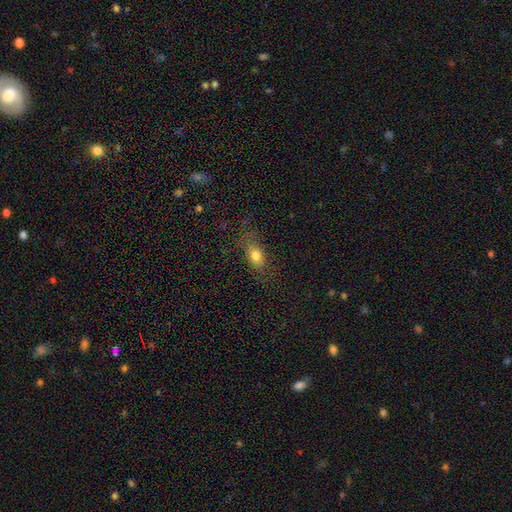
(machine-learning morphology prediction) Smooth or featured? smooth (76%)
How rounded? in between (75%)
Merging? none (71%)